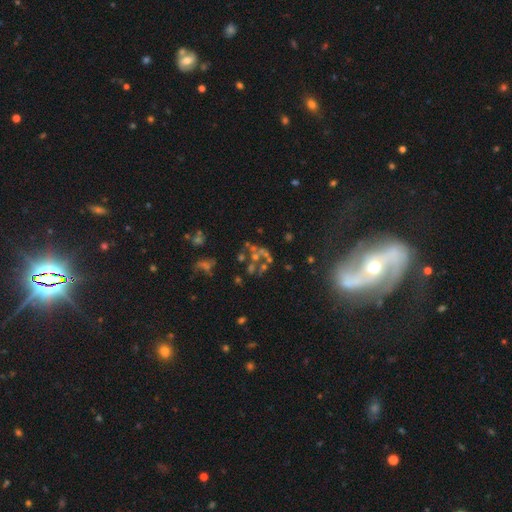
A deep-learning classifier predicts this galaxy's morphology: smooth_or_featured: star or artifact (p=0.42) [alt: featured or disk p=0.31]